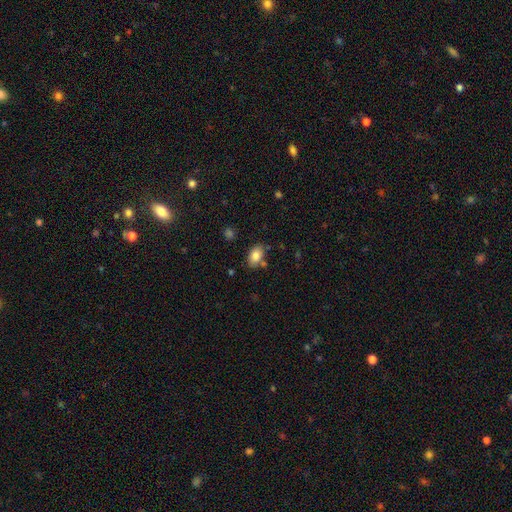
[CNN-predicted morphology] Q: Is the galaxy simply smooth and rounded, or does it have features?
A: smooth — 83%.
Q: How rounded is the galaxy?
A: in between — 88%.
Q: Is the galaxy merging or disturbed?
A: none — 76%.